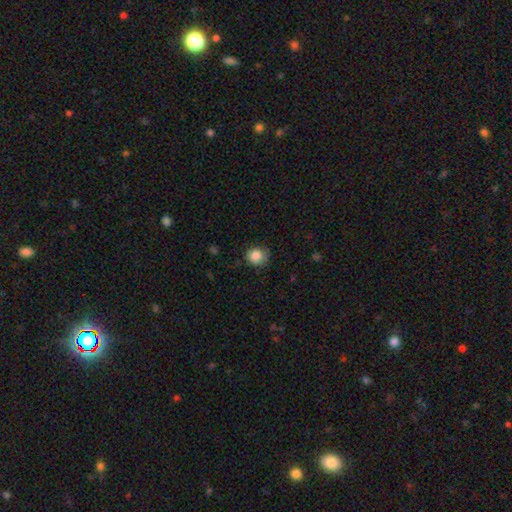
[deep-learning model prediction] The model was most divided on "merging": none: 75%, minor disturbance: 20%, major disturbance: 4%, merger: 1%. More confident: smooth or featured — smooth (86%); how rounded — round (83%).